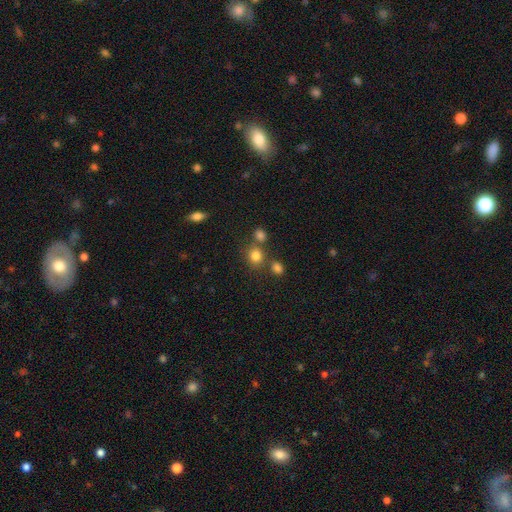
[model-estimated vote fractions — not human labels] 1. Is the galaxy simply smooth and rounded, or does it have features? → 80% smooth, 14% star or artifact, 6% featured or disk.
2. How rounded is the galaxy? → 80% round, 18% in between, 1% cigar-shaped.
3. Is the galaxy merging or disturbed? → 67% none, 20% merger, 10% minor disturbance, 4% major disturbance.